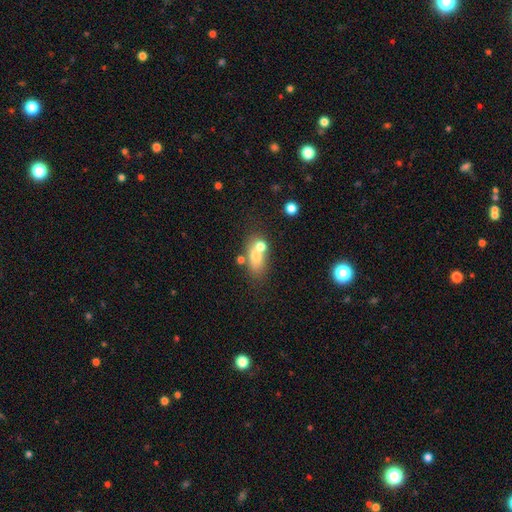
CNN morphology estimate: The model was most divided on "merging": merger: 42%, none: 41%, minor disturbance: 11%, major disturbance: 6%. More confident: how rounded — in between (66%); smooth or featured — smooth (66%).